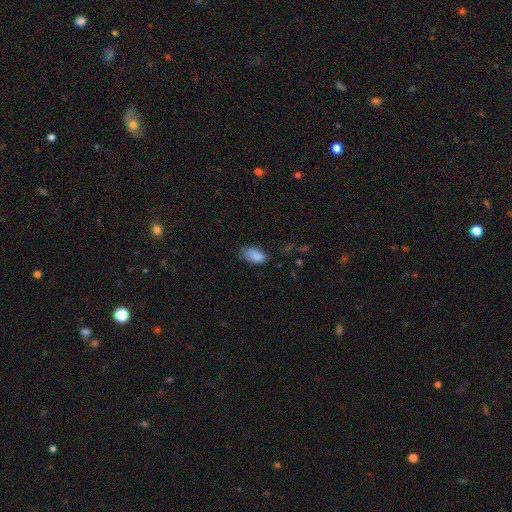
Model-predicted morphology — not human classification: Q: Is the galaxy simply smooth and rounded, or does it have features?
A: smooth — 84%.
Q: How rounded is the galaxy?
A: in between — 92%.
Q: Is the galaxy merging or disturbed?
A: none — 54%.